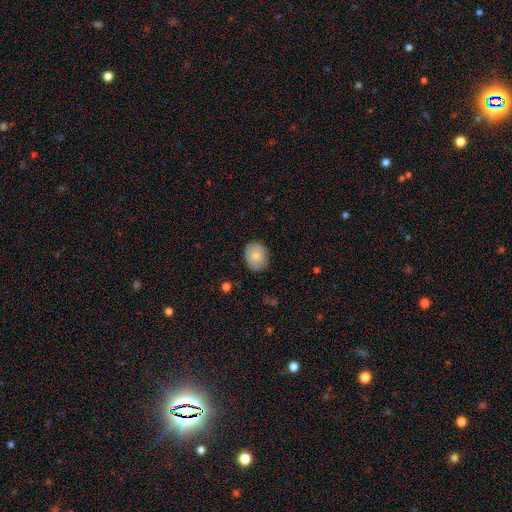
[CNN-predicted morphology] A smooth galaxy with no disk features (84%) that is round (50%). Merging: none (84%).